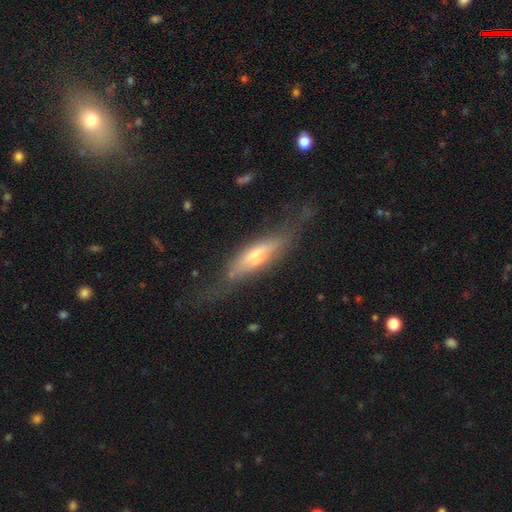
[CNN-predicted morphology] Smooth or featured? featured or disk (54%)
Edge-on disk? yes (76%)
Merging? none (56%)